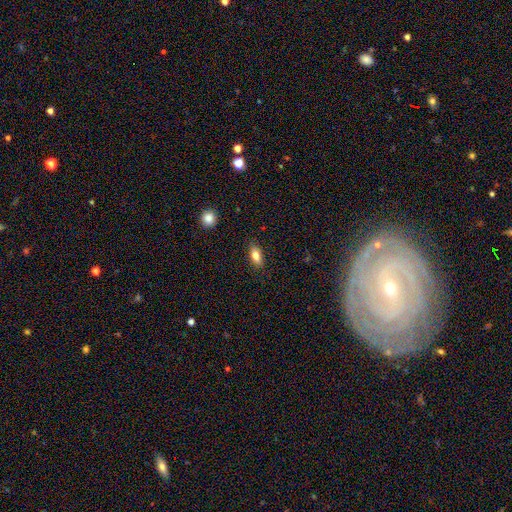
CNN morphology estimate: Smooth or featured? Predicted: smooth (p=0.80). How rounded? Predicted: in between (p=0.85). Merging? Predicted: none (p=0.87).